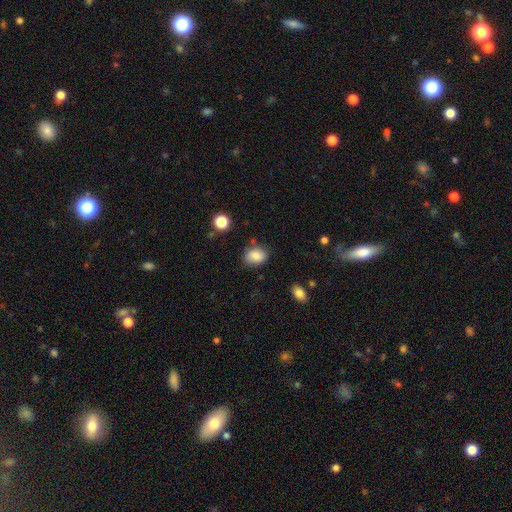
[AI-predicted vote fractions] This is clearly a smooth galaxy (84%). How rounded: likely in between (63%). Merging: likely none (77%).